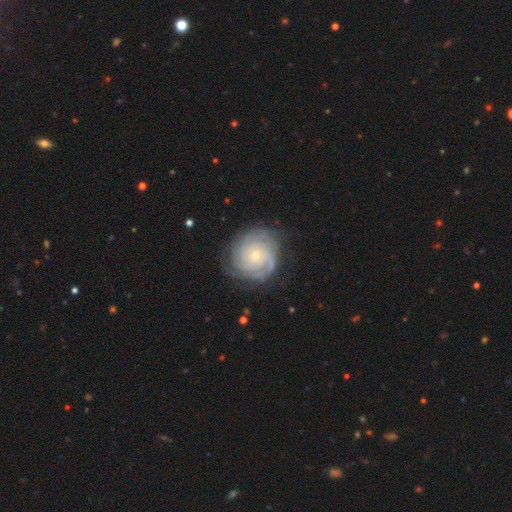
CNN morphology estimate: smooth_or_featured: featured or disk (p=0.82) [alt: smooth p=0.12]
disk_edge_on: no (p=0.98) [alt: yes p=0.02]
bar: no (p=0.78) [alt: weak p=0.18]
has_spiral_arms: yes (p=0.97) [alt: no p=0.03]
spiral_winding: tight (p=0.79) [alt: medium p=0.17]
spiral_arm_count: can't tell (p=0.29) [alt: 3 p=0.21]
bulge_size: small (p=0.78) [alt: moderate p=0.18]
merging: none (p=0.79) [alt: minor disturbance p=0.15]